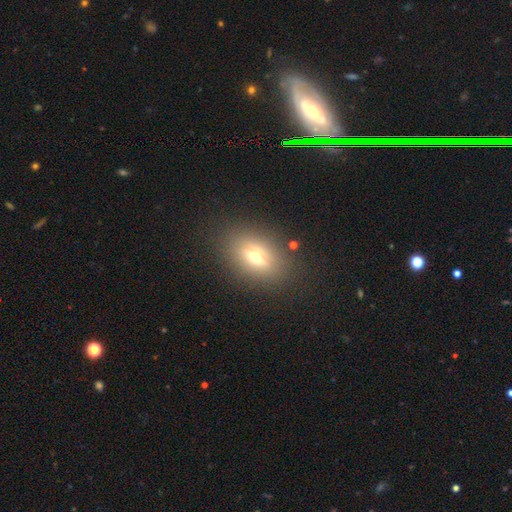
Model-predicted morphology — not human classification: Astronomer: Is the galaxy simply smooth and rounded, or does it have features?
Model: featured or disk — 44% (runner-up: smooth, 43%).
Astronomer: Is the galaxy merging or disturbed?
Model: none — 83%.